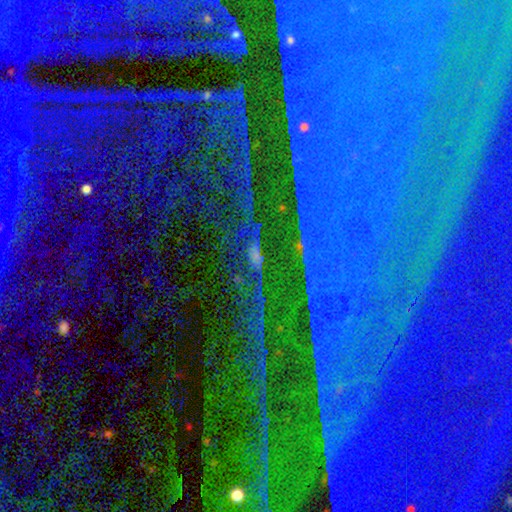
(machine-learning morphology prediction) Overall: star or artifact (57%; featured or disk 26%).